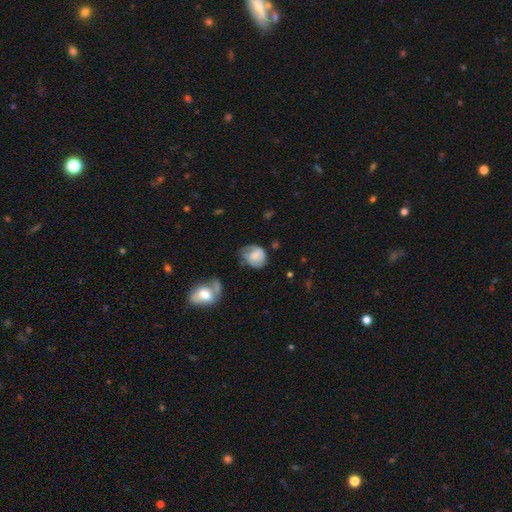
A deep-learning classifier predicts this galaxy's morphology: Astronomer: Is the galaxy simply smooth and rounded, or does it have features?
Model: smooth — 52% (runner-up: featured or disk, 40%).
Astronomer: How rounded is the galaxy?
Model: round — 56% (runner-up: in between, 43%).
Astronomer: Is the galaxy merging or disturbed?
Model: none — 42% (runner-up: minor disturbance, 33%).